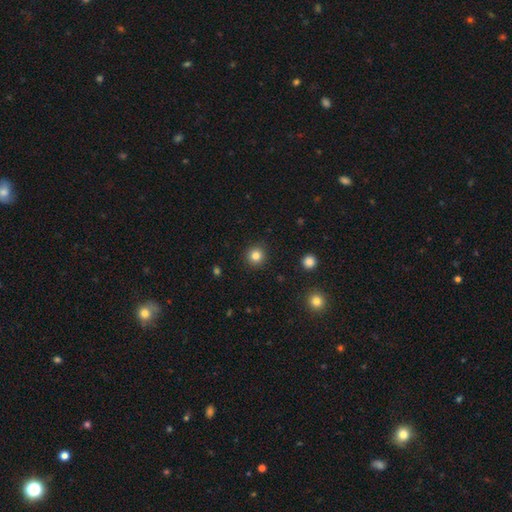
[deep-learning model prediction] This is clearly a smooth galaxy (82%). How rounded: clearly round (94%). Merging: clearly none (91%).